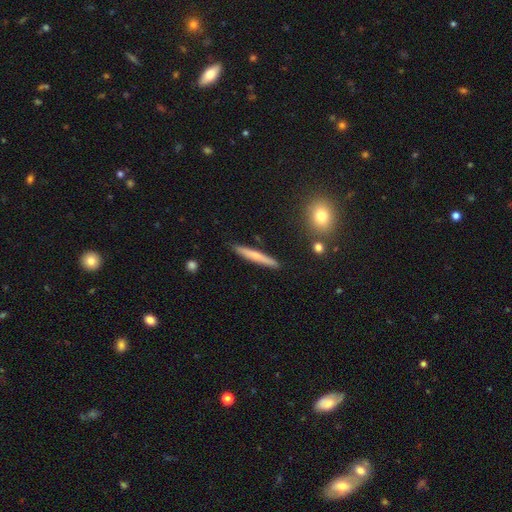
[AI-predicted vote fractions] Smooth or featured? smooth (56%)
How rounded? cigar-shaped (95%)
Merging? none (89%)